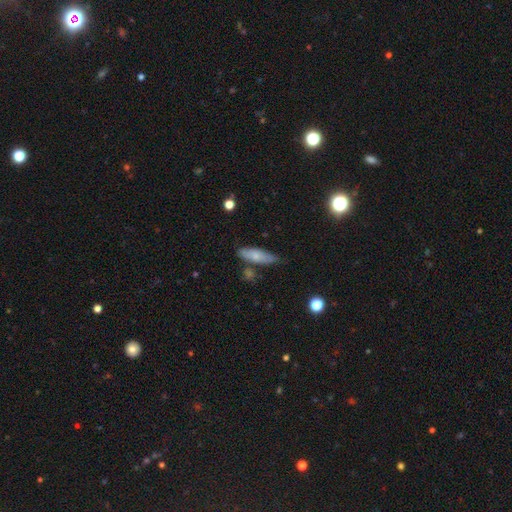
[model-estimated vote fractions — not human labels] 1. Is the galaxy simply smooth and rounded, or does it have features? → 71% smooth, 23% featured or disk, 6% star or artifact.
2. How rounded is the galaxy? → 54% cigar-shaped, 44% in between, 2% round.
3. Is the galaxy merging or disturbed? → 67% none, 22% minor disturbance, 7% merger, 4% major disturbance.